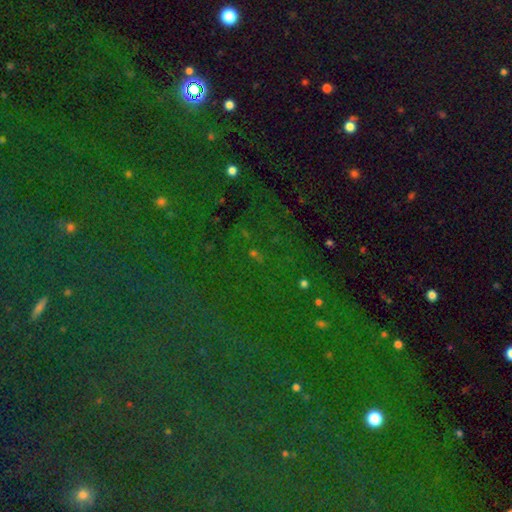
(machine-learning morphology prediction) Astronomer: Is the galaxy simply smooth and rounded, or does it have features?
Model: star or artifact — 82%.